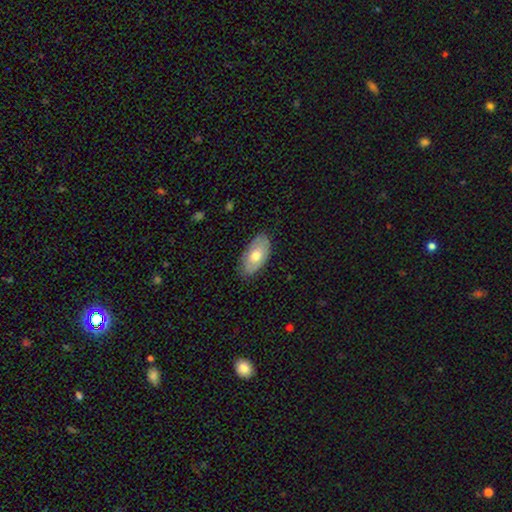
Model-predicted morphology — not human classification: The model was most divided on "smooth or featured": smooth: 63%, featured or disk: 31%, star or artifact: 6%. More confident: how rounded — in between (94%); merging — none (81%).